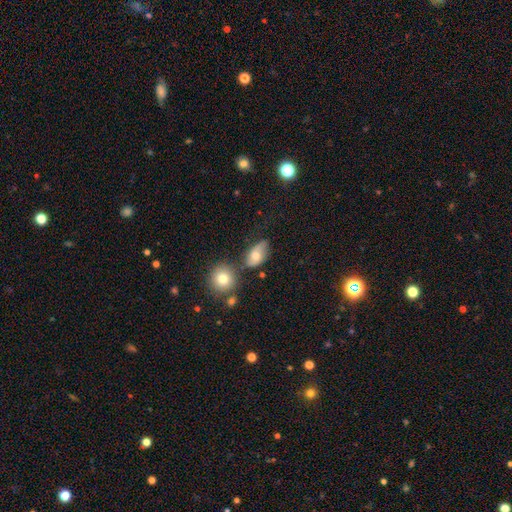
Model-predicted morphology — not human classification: Smooth or featured? smooth (69%)
How rounded? in between (82%)
Merging? none (52%)